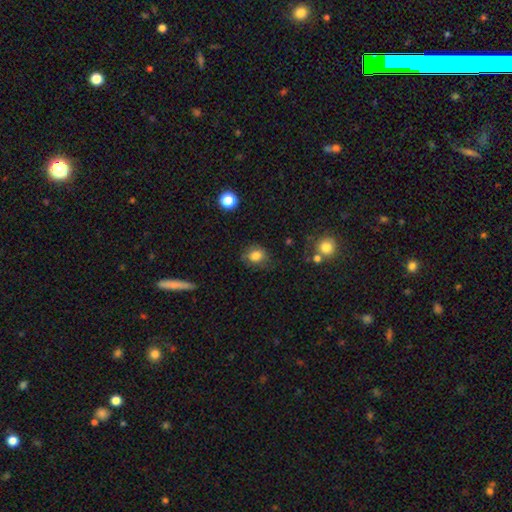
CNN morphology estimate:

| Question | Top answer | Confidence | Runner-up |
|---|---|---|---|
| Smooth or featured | smooth | 81% | star or artifact (11%) |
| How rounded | round | 60% | in between (39%) |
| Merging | none | 70% | minor disturbance (21%) |